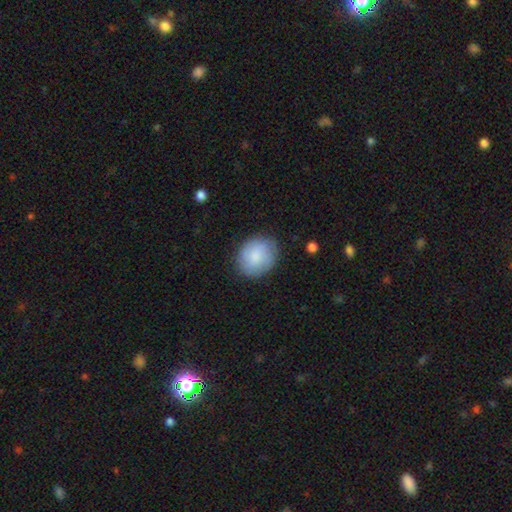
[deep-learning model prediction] Smooth or featured?
  - smooth: 79% *
  - featured or disk: 15%
  - star or artifact: 6%
How rounded?
  - round: 60% *
  - in between: 39%
  - cigar-shaped: 1%
Merging?
  - none: 78% *
  - minor disturbance: 16%
  - major disturbance: 4%
  - merger: 1%